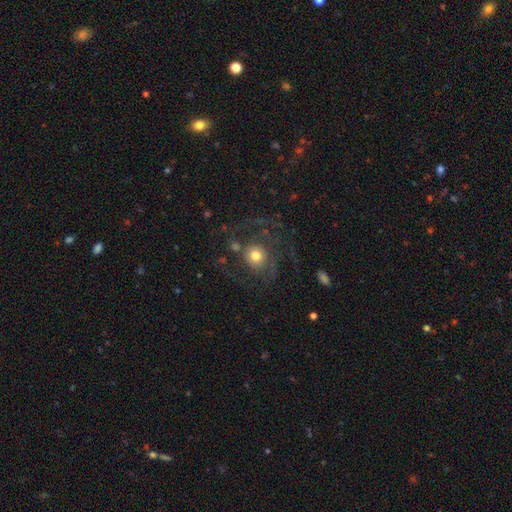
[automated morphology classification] smooth_or_featured: featured or disk (p=0.52) [alt: smooth p=0.38]
disk_edge_on: no (p=0.97) [alt: yes p=0.03]
merging: none (p=0.55) [alt: major disturbance p=0.25]